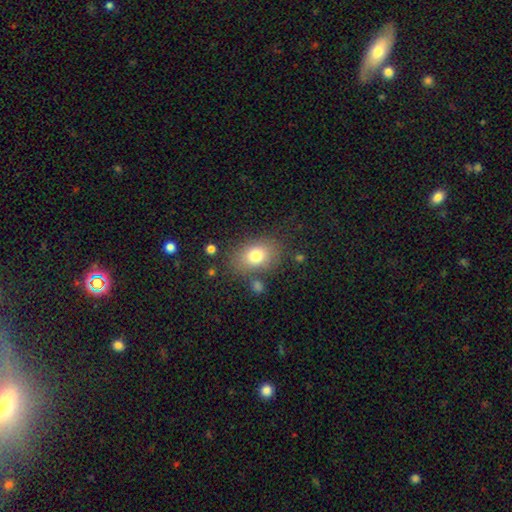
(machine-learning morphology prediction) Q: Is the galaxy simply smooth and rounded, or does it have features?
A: smooth — 77%.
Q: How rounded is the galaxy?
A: in between — 71%.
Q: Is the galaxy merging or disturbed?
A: none — 74%.